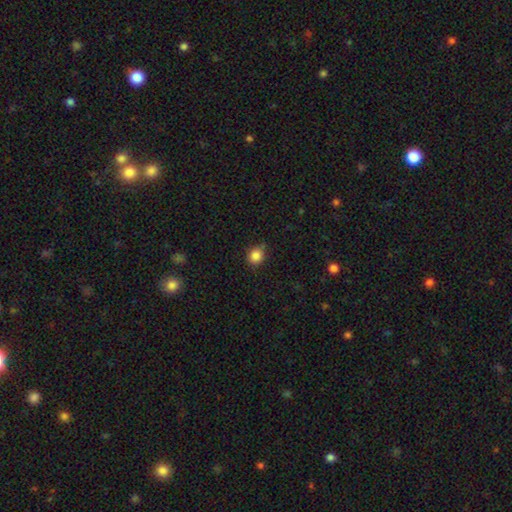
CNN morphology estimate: smooth-or-featured: smooth: 85% | star or artifact: 11% | featured or disk: 4%
  how-rounded: round: 83% | in between: 16% | cigar-shaped: 1%
  merging: none: 78% | minor disturbance: 17% | major disturbance: 3% | merger: 2%